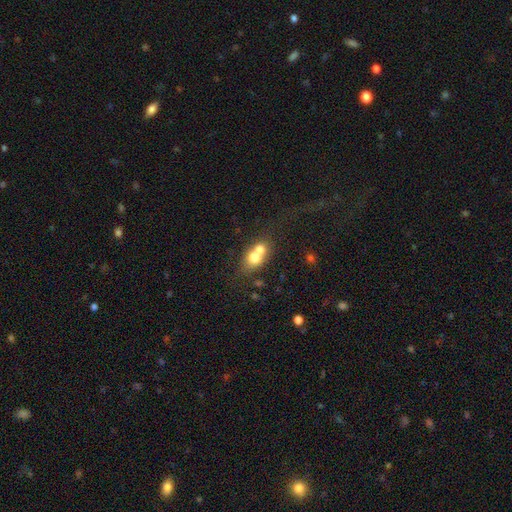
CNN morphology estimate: This is likely a smooth galaxy (66%). How rounded: possibly round (53%). Merging: likely merger (66%).